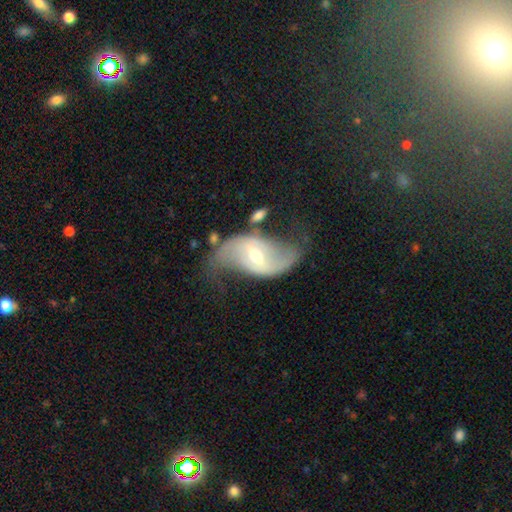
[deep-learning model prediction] This is clearly a featured or disk galaxy (83%). It is clearly not viewed edge-on (96%). Bar: possibly weak (46%). Spiral arm pattern: clearly yes (92%). Spiral arm count: clearly 2 (90%). Spiral winding: likely loose (69%). Central bulge: likely moderate (61%). Merging: possibly none (57%).